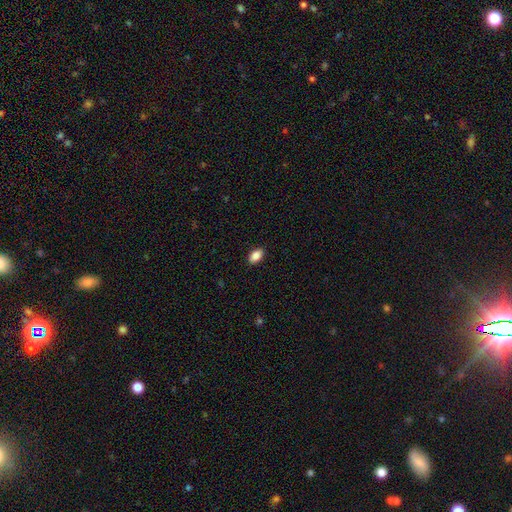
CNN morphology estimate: smooth 88%, star or artifact 8%, featured or disk 4%. Down the decision tree: how rounded — in between (91%); merging — none (90%).